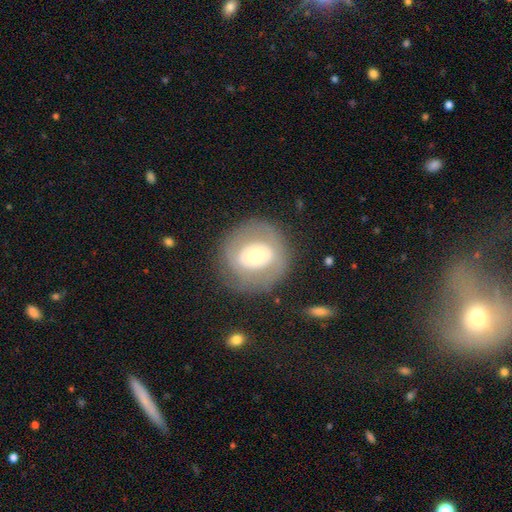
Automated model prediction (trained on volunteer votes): This is possibly a featured or disk galaxy (52%). It is clearly not viewed edge-on (95%). Merging: likely none (77%).